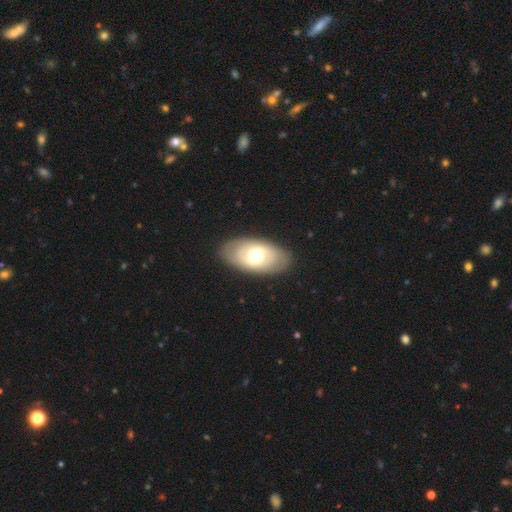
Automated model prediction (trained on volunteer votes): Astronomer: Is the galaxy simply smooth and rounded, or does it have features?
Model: featured or disk — 48% (runner-up: smooth, 47%).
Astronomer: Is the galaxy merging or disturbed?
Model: none — 83%.